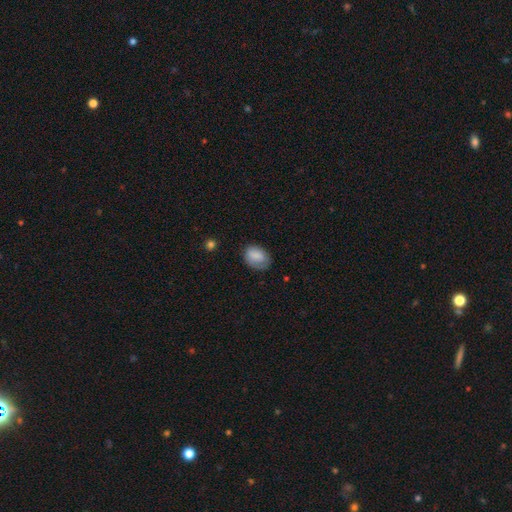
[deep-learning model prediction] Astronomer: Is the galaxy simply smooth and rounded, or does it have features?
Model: smooth — 81%.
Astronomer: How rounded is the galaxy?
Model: in between — 75%.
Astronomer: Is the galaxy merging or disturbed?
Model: none — 65%.